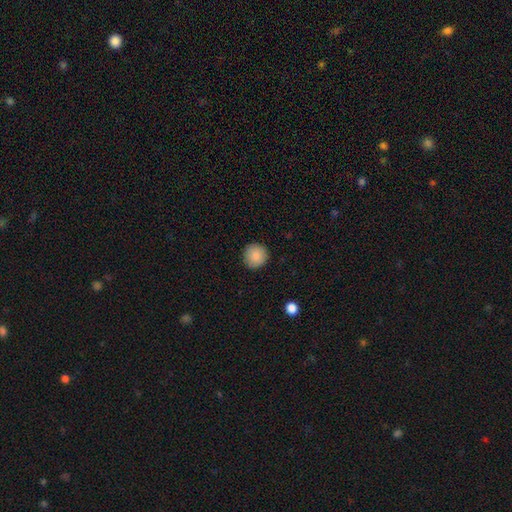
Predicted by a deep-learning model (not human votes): A smooth galaxy with no disk features (87%) that is round (95%).

Vote fractions:
- Smooth or featured? smooth: 87% / star or artifact: 8% / featured or disk: 5%
- How rounded? round: 95% / in between: 4% / cigar-shaped: 1%
- Merging? none: 92% / minor disturbance: 6% / major disturbance: 2% / merger: 1%